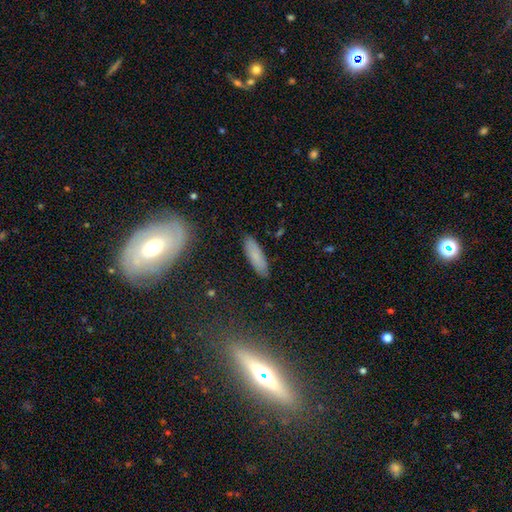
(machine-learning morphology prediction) A smooth galaxy with no disk features (78%) that is cigar-shaped (54%).

Vote fractions:
- Smooth or featured? smooth: 78% / featured or disk: 14% / star or artifact: 9%
- How rounded? cigar-shaped: 54% / in between: 44% / round: 2%
- Merging? none: 86% / minor disturbance: 10% / major disturbance: 2% / merger: 2%